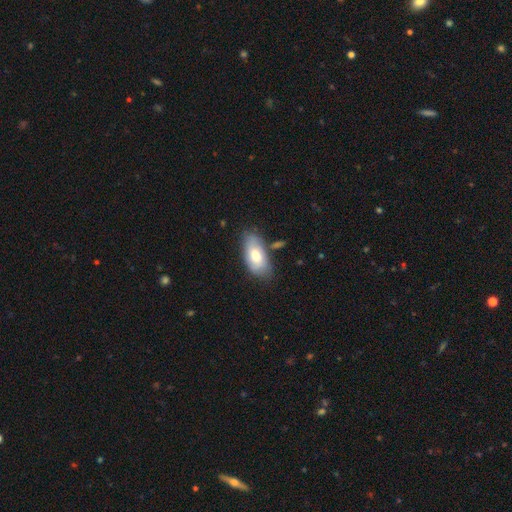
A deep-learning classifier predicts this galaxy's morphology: Overall: smooth (69%). How rounded: in between (91%). Merging: none (68%).